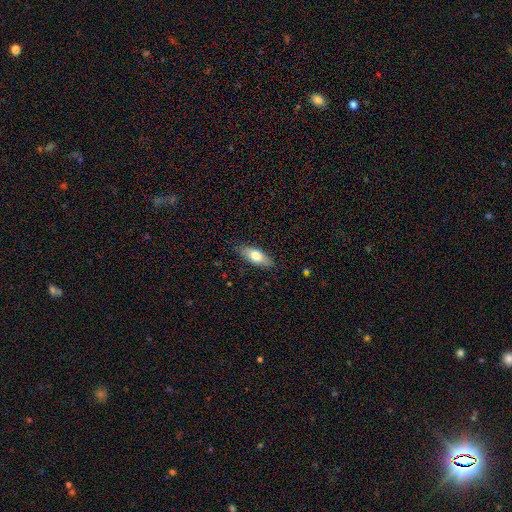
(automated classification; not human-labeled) Overall: smooth (69%). How rounded: in between (78%). Merging: none (82%).